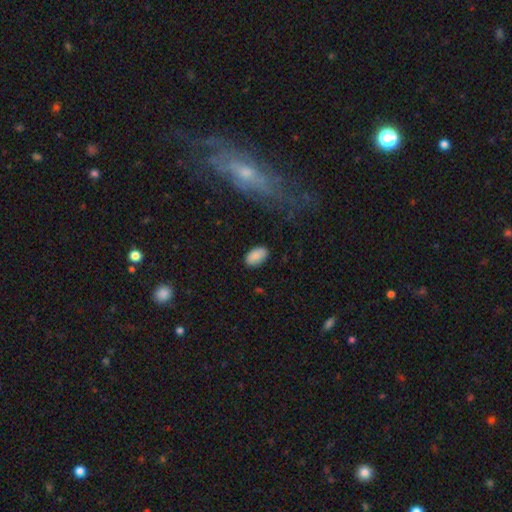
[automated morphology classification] smooth-or-featured: smooth: 86% | star or artifact: 7% | featured or disk: 6%
  how-rounded: in between: 94% | round: 5% | cigar-shaped: 1%
  merging: none: 84% | minor disturbance: 12% | major disturbance: 3% | merger: 1%